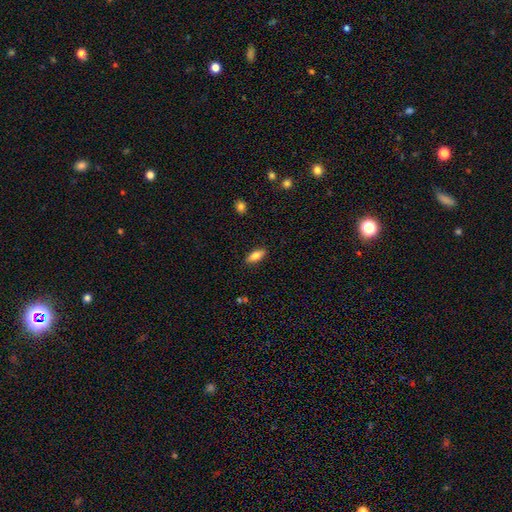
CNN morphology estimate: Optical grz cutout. It shows a smooth galaxy with no disk features (74%) that is in between round and cigar-shaped (73%). Merging: none (88%).